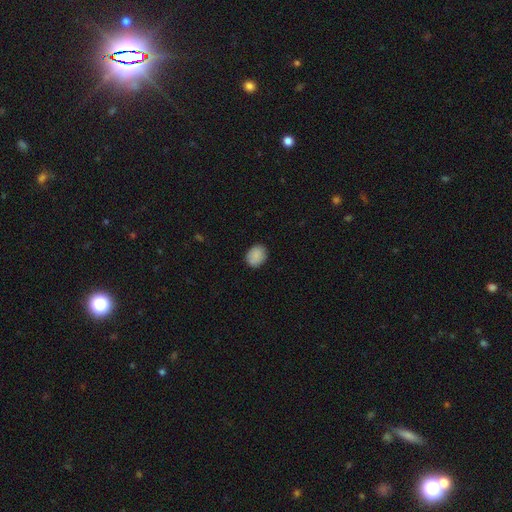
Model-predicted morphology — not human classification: Overall: smooth (88%). How rounded: round (51%; in between 48%). Merging: none (86%).